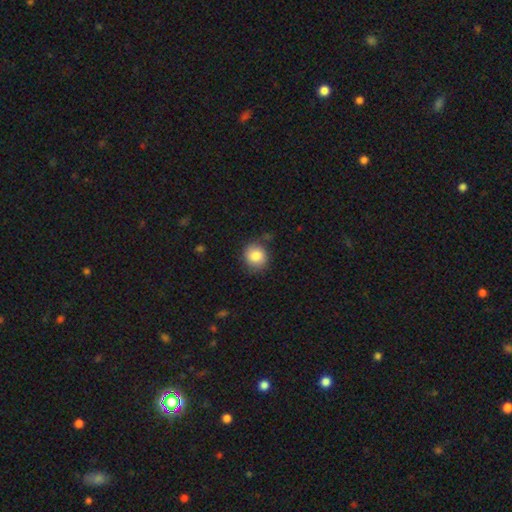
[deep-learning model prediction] Overall: smooth (83%). How rounded: round (85%). Merging: none (79%).